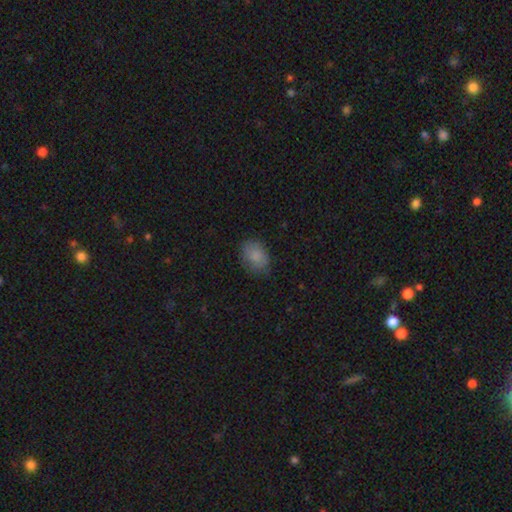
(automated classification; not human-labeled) Smooth or featured?
  - smooth: 85% *
  - star or artifact: 8%
  - featured or disk: 7%
How rounded?
  - in between: 74% *
  - round: 25%
  - cigar-shaped: 1%
Merging?
  - none: 76% *
  - minor disturbance: 19%
  - major disturbance: 5%
  - merger: 1%